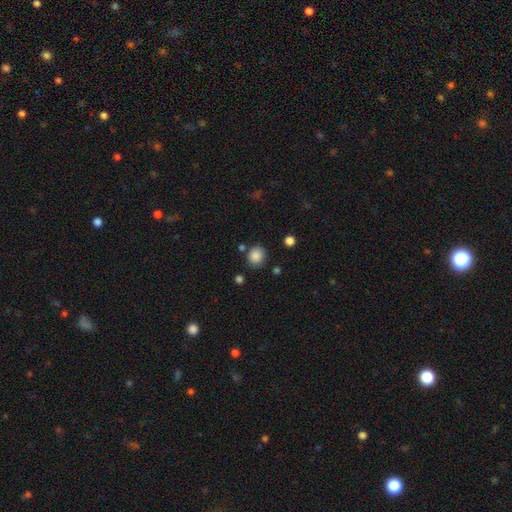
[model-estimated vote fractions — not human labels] Morphology: type=smooth (86%); roundness=round (79%); merging=none (81%).